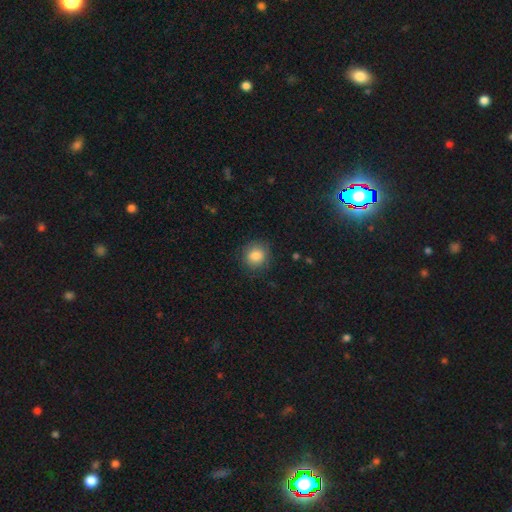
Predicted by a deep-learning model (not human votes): smooth-or-featured: smooth: 85% | star or artifact: 9% | featured or disk: 6%
  how-rounded: round: 81% | in between: 18% | cigar-shaped: 1%
  merging: none: 84% | minor disturbance: 11% | major disturbance: 3% | merger: 1%